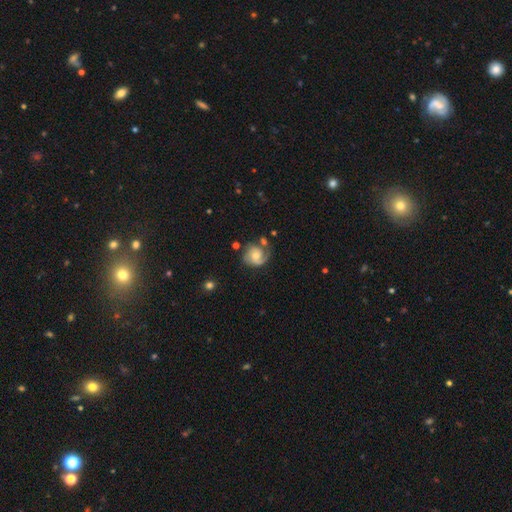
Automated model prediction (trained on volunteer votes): smooth_or_featured: featured or disk (p=0.74) [alt: smooth p=0.19]
disk_edge_on: no (p=0.98) [alt: yes p=0.02]
bar: no (p=0.66) [alt: weak p=0.29]
has_spiral_arms: yes (p=0.94) [alt: no p=0.06]
spiral_winding: medium (p=0.42) [alt: tight p=0.41]
spiral_arm_count: 2 (p=0.59) [alt: 1 p=0.22]
bulge_size: moderate (p=0.51) [alt: small p=0.40]
merging: none (p=0.60) [alt: minor disturbance p=0.21]